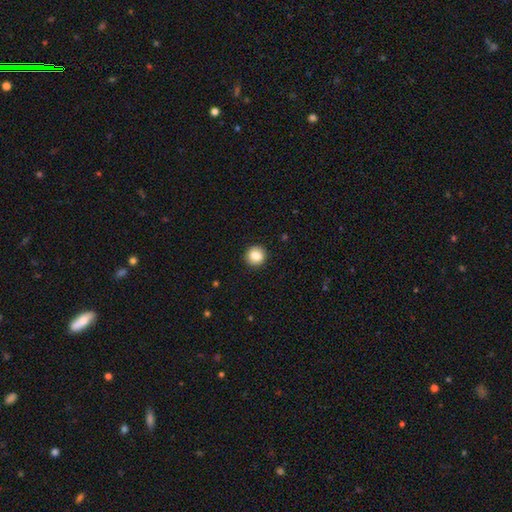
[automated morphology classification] This appears to be a smooth galaxy with no disk features (86%) that is round (92%). Merging: none (92%).